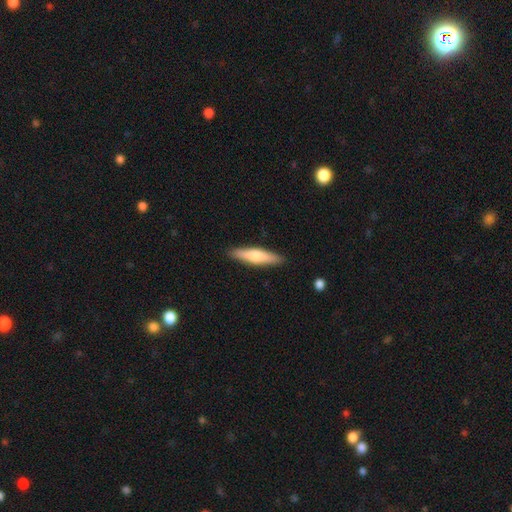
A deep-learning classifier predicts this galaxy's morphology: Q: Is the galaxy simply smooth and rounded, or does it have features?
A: smooth — 64%.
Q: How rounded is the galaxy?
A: cigar-shaped — 78%.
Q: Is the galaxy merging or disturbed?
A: none — 89%.